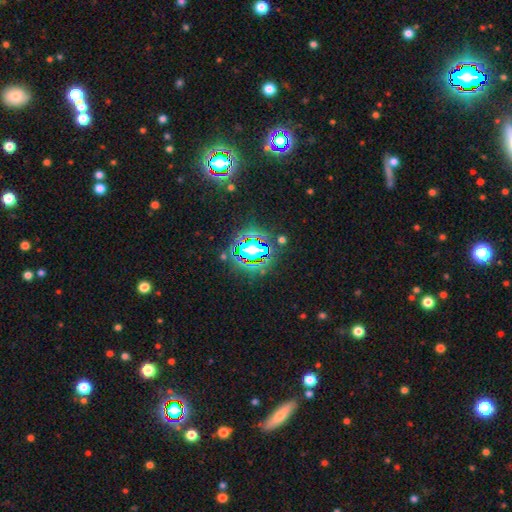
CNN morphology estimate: The model was most divided on "smooth or featured": star or artifact: 77%, smooth: 14%, featured or disk: 9%.